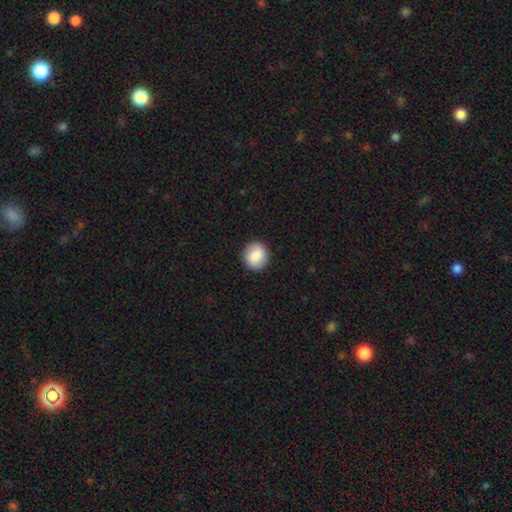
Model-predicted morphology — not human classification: This appears to be a smooth galaxy with no disk features (85%) that is round (86%). Merging: none (89%).